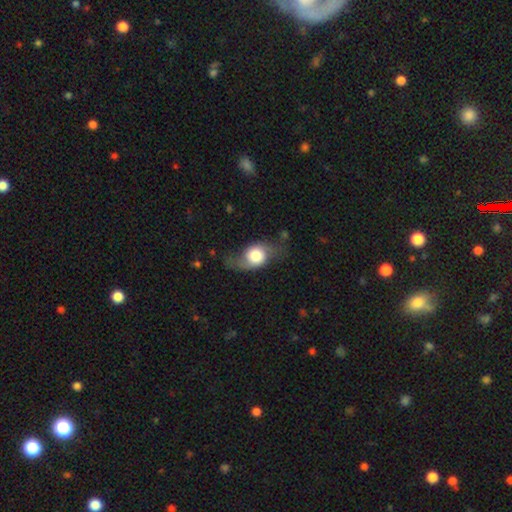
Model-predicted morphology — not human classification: smooth 49%, featured or disk 44%, star or artifact 7%. Down the decision tree: merging — none (51%).